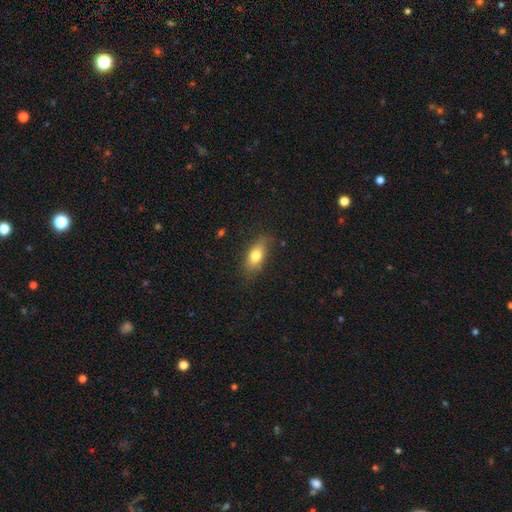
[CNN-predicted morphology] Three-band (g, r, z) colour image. It shows a smooth galaxy with no disk features (75%) that is in between round and cigar-shaped (79%). Merging: none (79%).